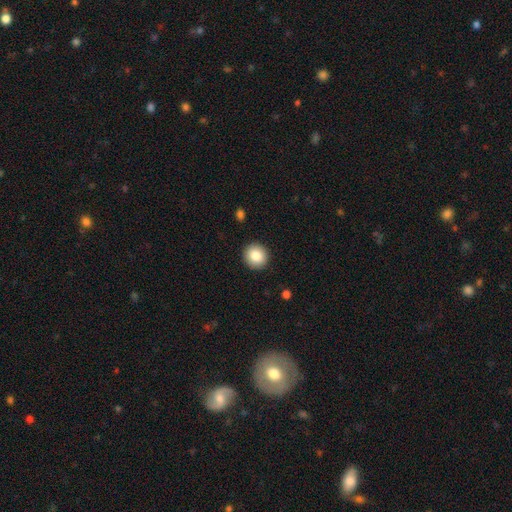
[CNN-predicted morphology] The model was most divided on "smooth or featured": smooth: 84%, star or artifact: 8%, featured or disk: 7%. More confident: how rounded — round (92%); merging — none (92%).